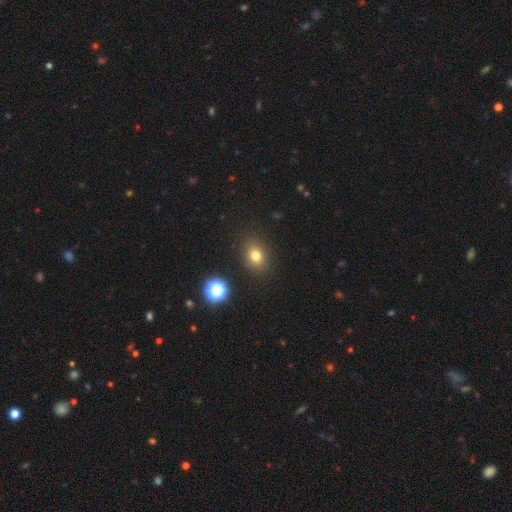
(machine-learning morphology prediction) Q: Smooth or featured?
A: smooth (77%); runner-up: star or artifact (15%)
Q: How rounded?
A: in between (51%); runner-up: round (48%)
Q: Merging?
A: none (87%); runner-up: minor disturbance (9%)